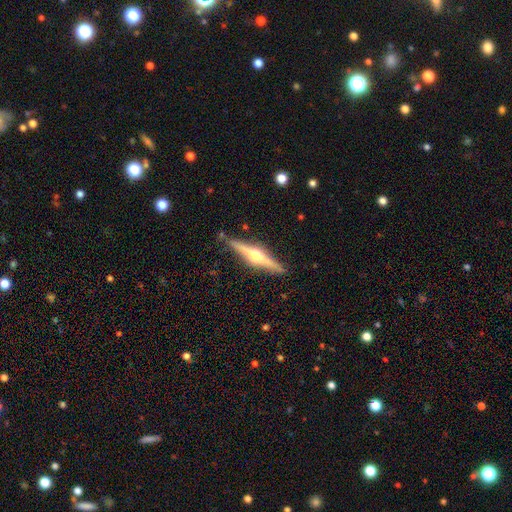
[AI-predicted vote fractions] This is likely a featured or disk galaxy (74%). It is clearly viewed edge-on (97%). Edge-on bulge: clearly rounded (94%). Merging: clearly none (87%).